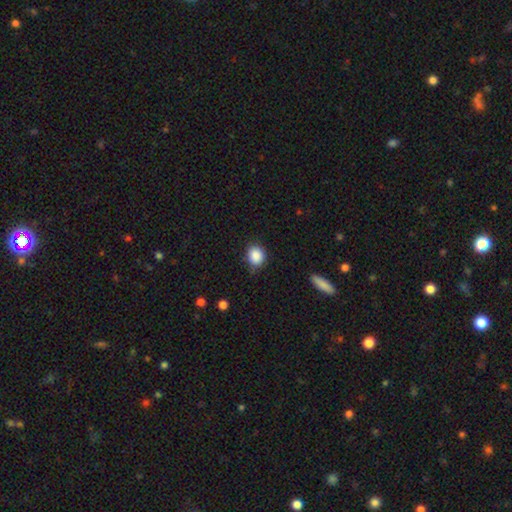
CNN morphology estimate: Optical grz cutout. It shows a smooth galaxy with no disk features (87%) that is round (65%). Merging: none (75%).